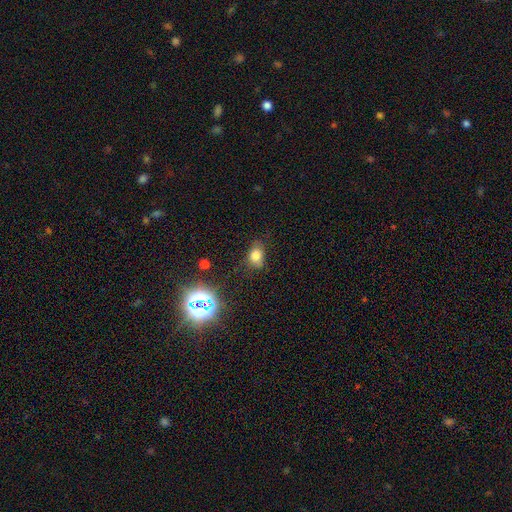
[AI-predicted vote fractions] A smooth galaxy with no disk features (73%) that is in between round and cigar-shaped (63%). Merging: none (63%).